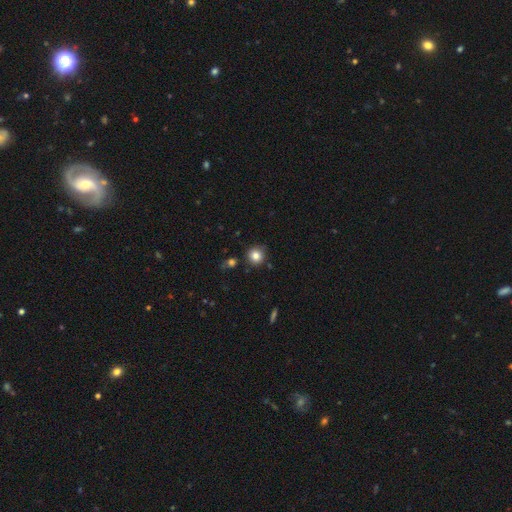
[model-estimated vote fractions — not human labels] A smooth galaxy with no disk features (82%) that is round (94%).

Vote fractions:
- Smooth or featured? smooth: 82% / star or artifact: 11% / featured or disk: 6%
- How rounded? round: 94% / in between: 5% / cigar-shaped: 1%
- Merging? none: 87% / minor disturbance: 8% / merger: 3% / major disturbance: 2%